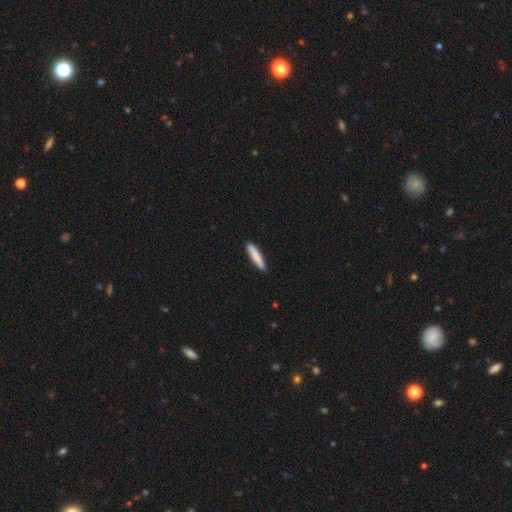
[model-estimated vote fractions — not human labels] smooth_or_featured: smooth (p=0.84) [alt: featured or disk p=0.10]
how_rounded: cigar-shaped (p=0.91) [alt: in between p=0.08]
merging: none (p=0.88) [alt: minor disturbance p=0.09]